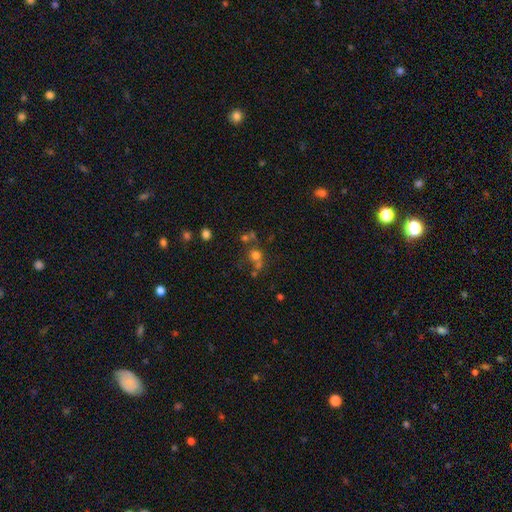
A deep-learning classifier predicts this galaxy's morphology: A smooth galaxy with no disk features (62%) that is round (84%).

Vote fractions:
- Smooth or featured? smooth: 62% / star or artifact: 22% / featured or disk: 16%
- How rounded? round: 84% / in between: 14% / cigar-shaped: 1%
- Merging? none: 47% / merger: 35% / minor disturbance: 10% / major disturbance: 8%